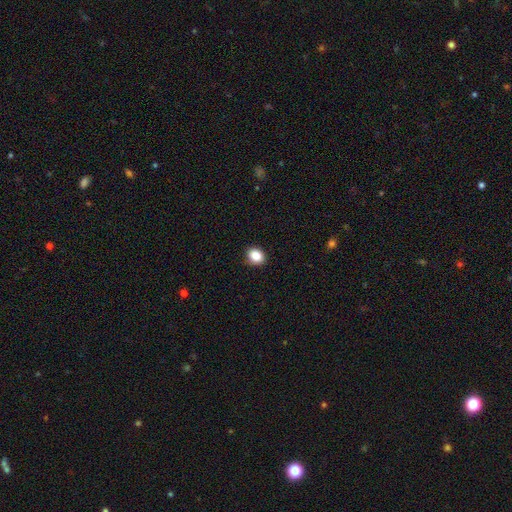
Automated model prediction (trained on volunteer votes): Smooth or featured? smooth (87%)
How rounded? in between (54%)
Merging? none (88%)